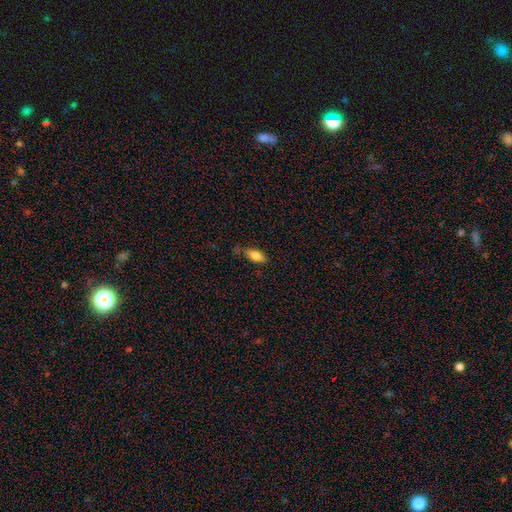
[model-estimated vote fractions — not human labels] Smooth or featured: smooth — 81% (featured or disk — 12%)
How rounded: in between — 80% (cigar-shaped — 17%)
Merging: none — 66% (minor disturbance — 25%)